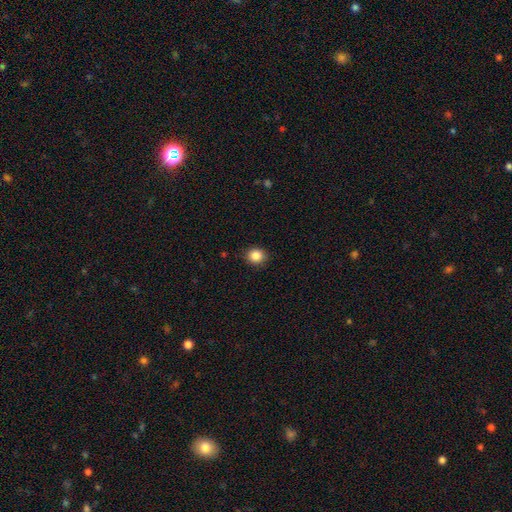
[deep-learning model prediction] Q: Smooth or featured?
A: smooth (86%); runner-up: star or artifact (10%)
Q: How rounded?
A: round (81%); runner-up: in between (18%)
Q: Merging?
A: none (89%); runner-up: minor disturbance (8%)